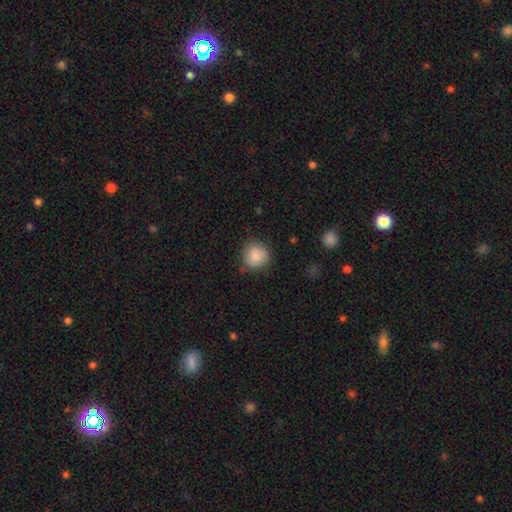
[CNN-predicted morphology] This is clearly a smooth galaxy (86%). How rounded: clearly round (89%). Merging: clearly none (80%).